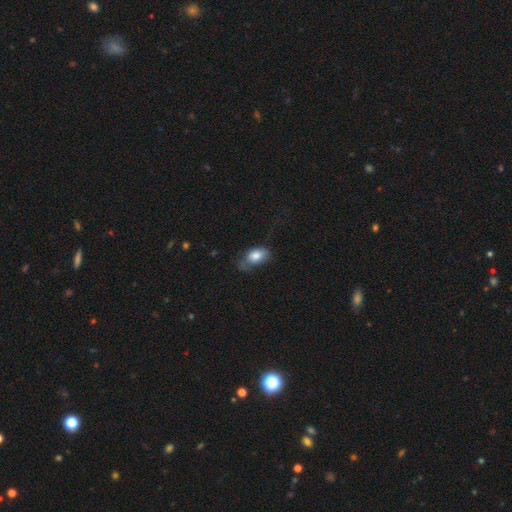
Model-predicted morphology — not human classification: A smooth galaxy with no disk features (80%) that is in between round and cigar-shaped (87%). Merging: none (39%).